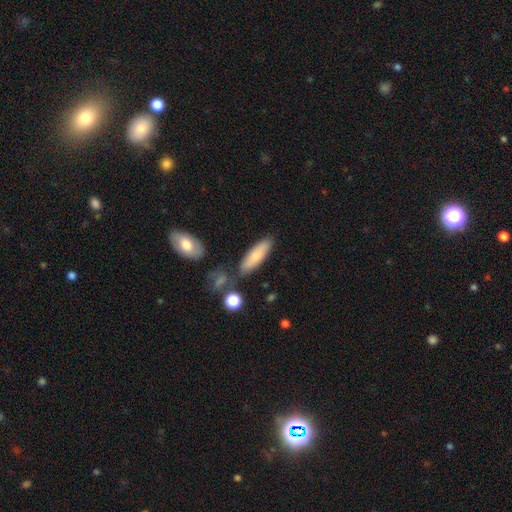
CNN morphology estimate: Smooth or featured: smooth — 77% (featured or disk — 16%)
How rounded: in between — 49% (cigar-shaped — 48%)
Merging: none — 76% (minor disturbance — 14%)